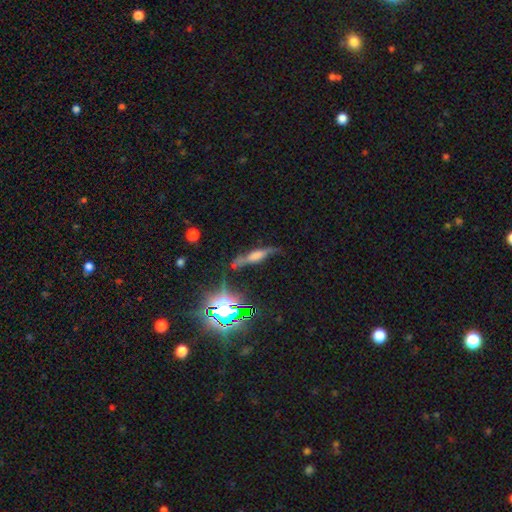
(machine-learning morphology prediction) smooth_or_featured: featured or disk (p=0.44) [alt: smooth p=0.32]
merging: none (p=0.56) [alt: minor disturbance p=0.23]